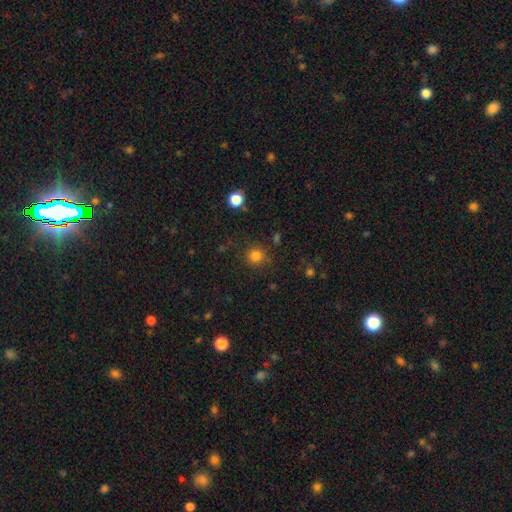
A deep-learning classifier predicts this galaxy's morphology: A smooth galaxy with no disk features (81%) that is round (92%). Merging: none (85%).